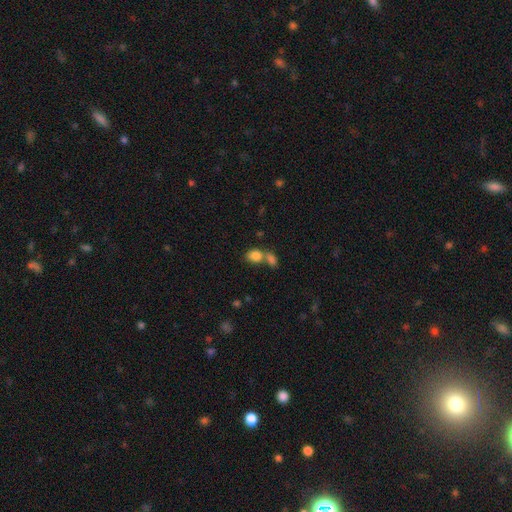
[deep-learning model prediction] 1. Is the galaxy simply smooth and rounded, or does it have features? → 83% smooth, 9% star or artifact, 7% featured or disk.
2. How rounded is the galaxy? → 68% in between, 30% round, 2% cigar-shaped.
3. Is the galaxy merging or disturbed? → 51% merger, 36% none, 9% minor disturbance, 4% major disturbance.